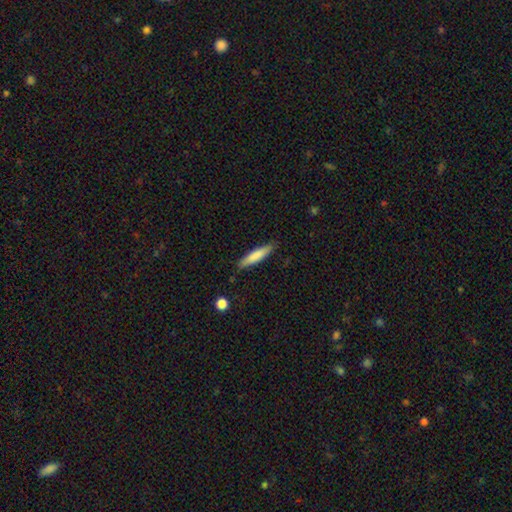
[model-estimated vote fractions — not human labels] A smooth galaxy with no disk features (78%) that is cigar-shaped (85%). Merging: none (85%).